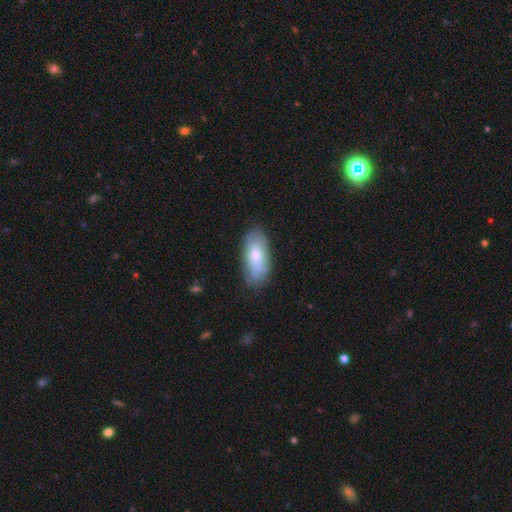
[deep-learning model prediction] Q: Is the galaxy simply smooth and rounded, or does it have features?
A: smooth — 57%.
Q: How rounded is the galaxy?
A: in between — 87%.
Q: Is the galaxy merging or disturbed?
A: none — 75%.